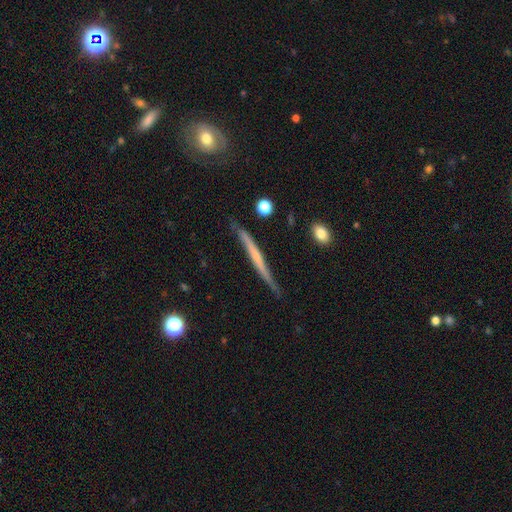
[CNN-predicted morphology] A featured or disk galaxy (60%) viewed edge-on (96%) with no central bulge (73%).

Vote fractions:
- Smooth or featured? featured or disk: 60% / smooth: 34% / star or artifact: 6%
- Edge-on disk? yes: 96% / no: 4%
- Edge-on bulge? none: 73% / rounded: 20% / boxy: 7%
- Merging? none: 82% / minor disturbance: 14% / major disturbance: 2% / merger: 2%